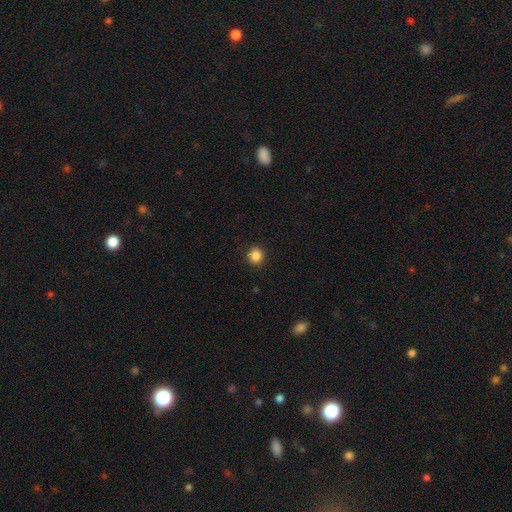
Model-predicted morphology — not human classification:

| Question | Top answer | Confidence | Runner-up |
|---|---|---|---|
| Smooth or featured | smooth | 86% | star or artifact (10%) |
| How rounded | round | 90% | in between (9%) |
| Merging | none | 91% | minor disturbance (6%) |